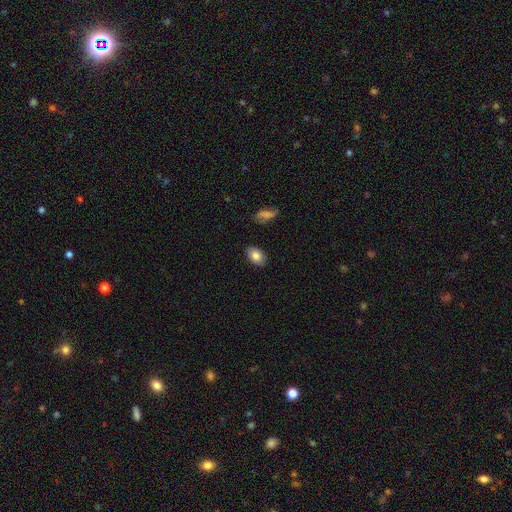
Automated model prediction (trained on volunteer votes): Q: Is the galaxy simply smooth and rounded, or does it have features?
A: smooth — 83%.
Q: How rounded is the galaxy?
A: in between — 89%.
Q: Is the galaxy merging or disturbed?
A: none — 87%.